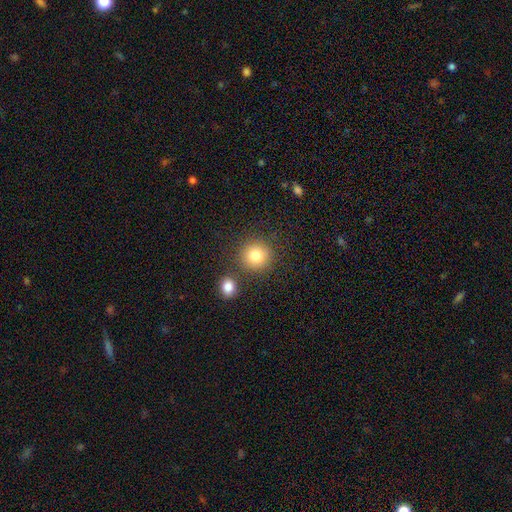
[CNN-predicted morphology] smooth_or_featured: smooth (p=0.82) [alt: star or artifact p=0.11]
how_rounded: round (p=0.91) [alt: in between p=0.08]
merging: none (p=0.78) [alt: merger p=0.10]